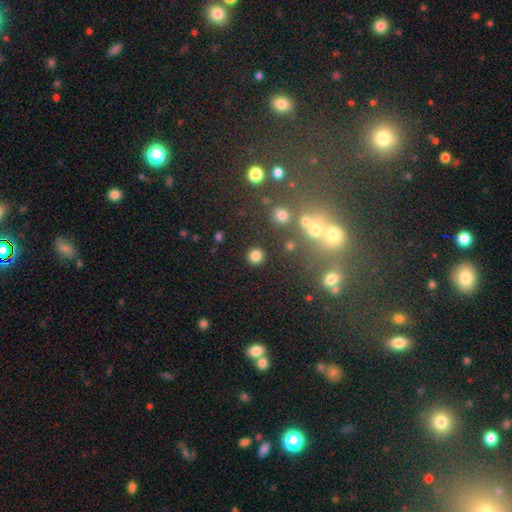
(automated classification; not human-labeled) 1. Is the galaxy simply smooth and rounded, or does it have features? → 80% smooth, 15% star or artifact, 5% featured or disk.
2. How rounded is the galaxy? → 92% round, 7% in between, 1% cigar-shaped.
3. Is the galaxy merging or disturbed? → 88% none, 6% minor disturbance, 3% merger, 3% major disturbance.